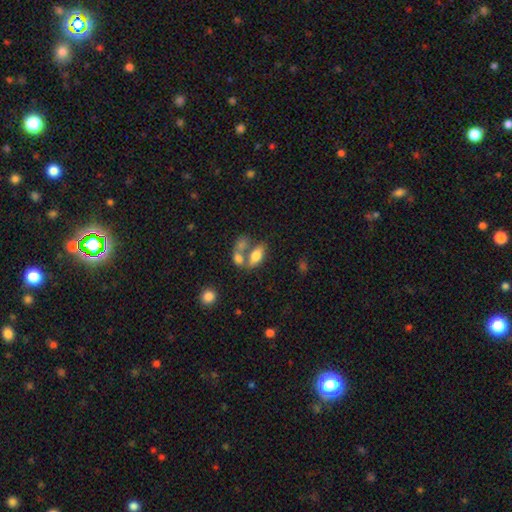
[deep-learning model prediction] Smooth or featured? smooth (73%)
How rounded? in between (87%)
Merging? merger (45%)